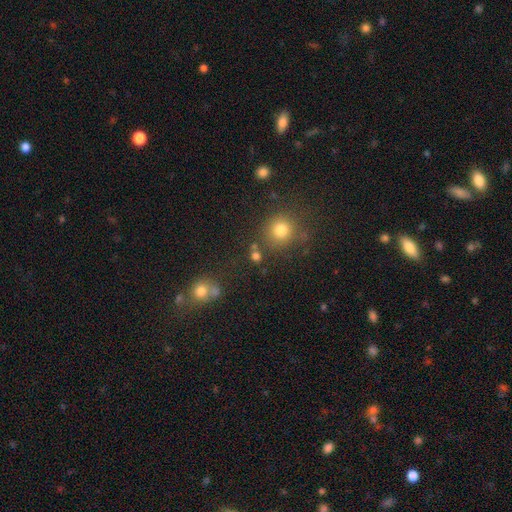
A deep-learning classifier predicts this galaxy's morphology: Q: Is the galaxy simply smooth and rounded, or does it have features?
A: smooth — 73%.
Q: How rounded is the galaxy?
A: round — 82%.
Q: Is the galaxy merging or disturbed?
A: none — 72%.